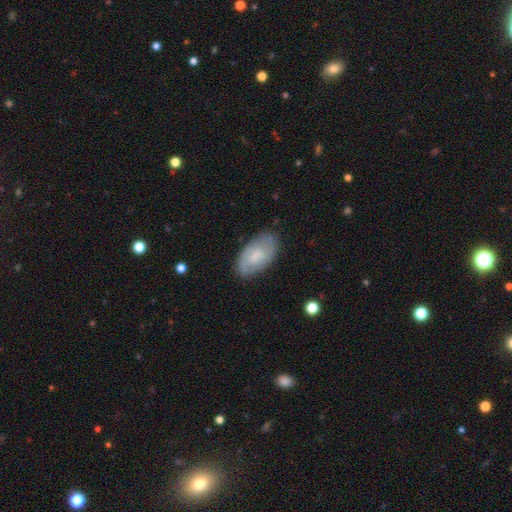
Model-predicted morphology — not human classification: smooth 53%, featured or disk 41%, star or artifact 7%. Down the decision tree: how rounded — in between (94%); merging — none (79%).